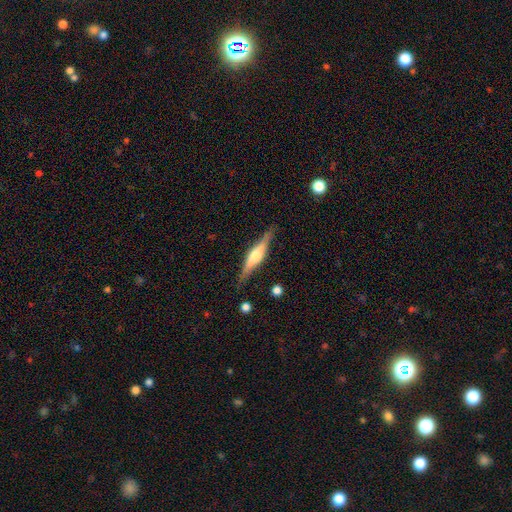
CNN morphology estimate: Smooth or featured?
  - featured or disk: 70% *
  - smooth: 24%
  - star or artifact: 6%
Edge-on disk?
  - yes: 97% *
  - no: 3%
Edge-on bulge?
  - rounded: 88% *
  - boxy: 9%
  - none: 3%
Merging?
  - none: 86% *
  - minor disturbance: 10%
  - major disturbance: 2%
  - merger: 2%